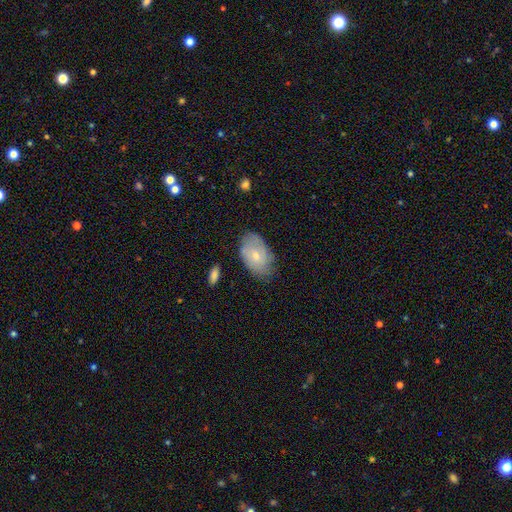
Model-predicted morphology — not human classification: Overall: smooth (57%; featured or disk 36%). How rounded: in between (91%). Merging: none (68%).